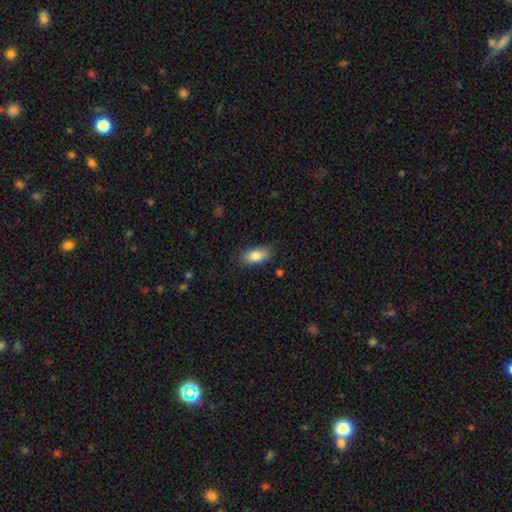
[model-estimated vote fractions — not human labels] Smooth or featured?
  - smooth: 84% *
  - featured or disk: 10%
  - star or artifact: 7%
How rounded?
  - in between: 88% *
  - cigar-shaped: 8%
  - round: 4%
Merging?
  - none: 81% *
  - minor disturbance: 15%
  - major disturbance: 3%
  - merger: 1%